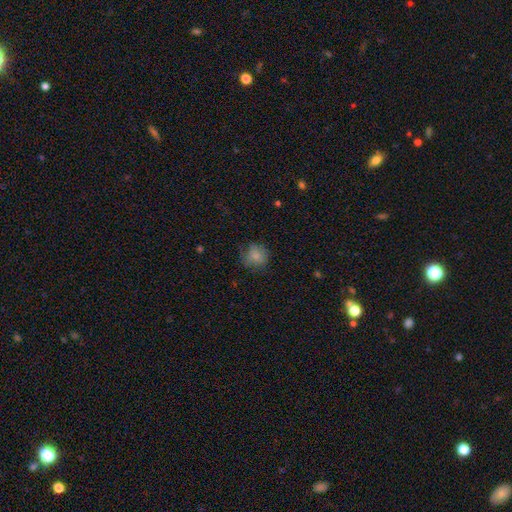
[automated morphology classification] This is likely a smooth galaxy (79%). How rounded: likely round (80%). Merging: likely none (66%).